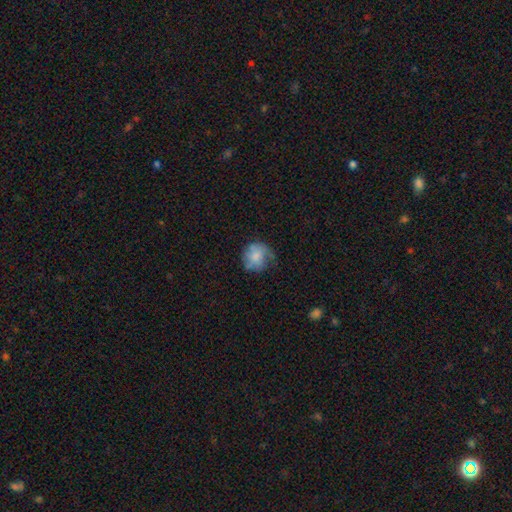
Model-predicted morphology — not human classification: A smooth galaxy with no disk features (70%) that is round (81%).

Vote fractions:
- Smooth or featured? smooth: 70% / featured or disk: 22% / star or artifact: 8%
- How rounded? round: 81% / in between: 18% / cigar-shaped: 1%
- Merging? none: 50% / minor disturbance: 31% / major disturbance: 17% / merger: 2%